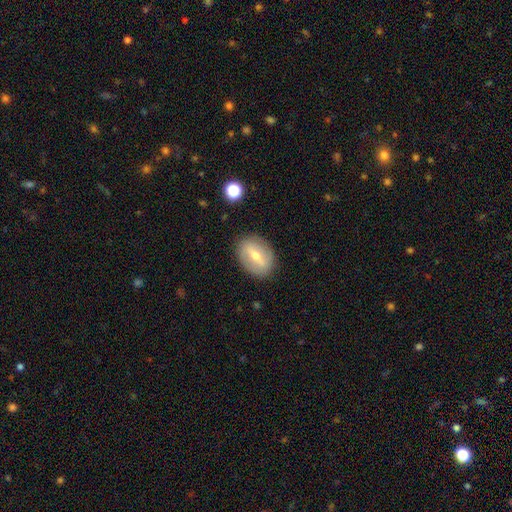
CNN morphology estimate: type=featured or disk (50%); merging=none (86%).